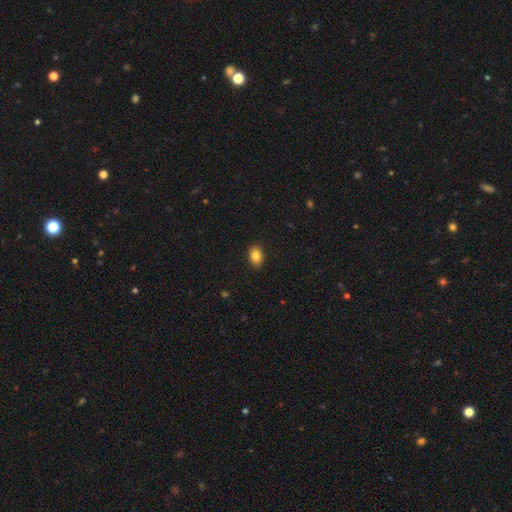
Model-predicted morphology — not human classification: This is clearly a smooth galaxy (85%). How rounded: clearly in between (81%). Merging: clearly none (89%).